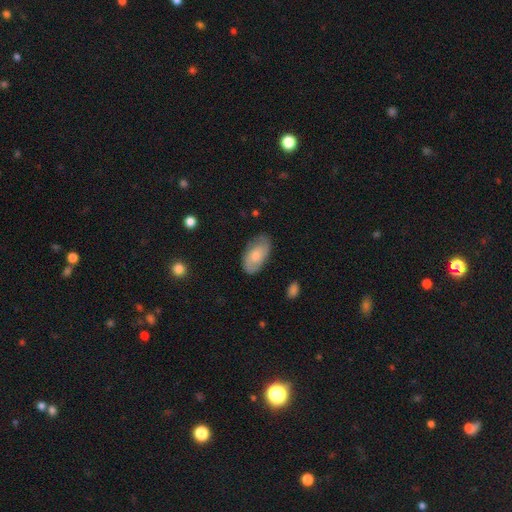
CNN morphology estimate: type=smooth (55%); roundness=in between (93%); merging=none (74%).